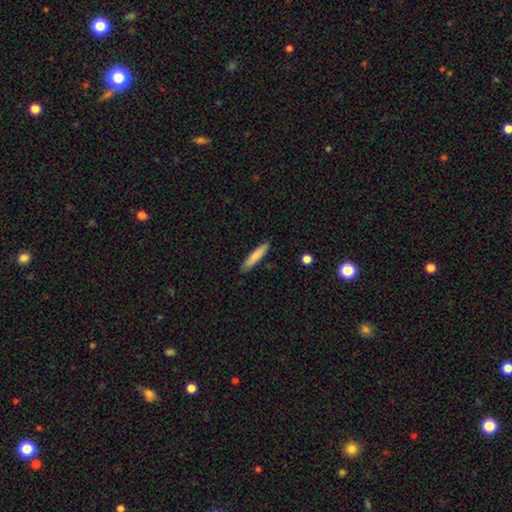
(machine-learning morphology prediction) Smooth or featured?
  - smooth: 80% *
  - featured or disk: 14%
  - star or artifact: 6%
How rounded?
  - cigar-shaped: 88% *
  - in between: 11%
  - round: 1%
Merging?
  - none: 86% *
  - minor disturbance: 10%
  - major disturbance: 2%
  - merger: 1%